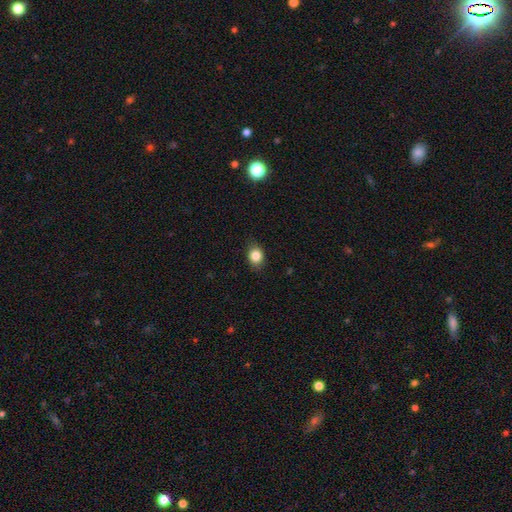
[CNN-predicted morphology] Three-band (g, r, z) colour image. It shows a smooth galaxy with no disk features (83%) that is round (51%). Merging: none (80%).